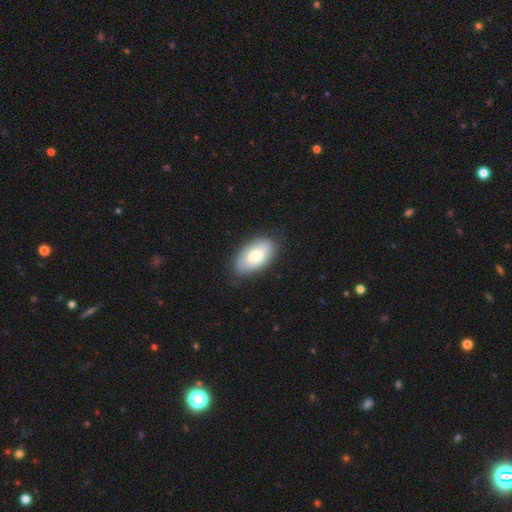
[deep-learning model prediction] A smooth galaxy with no disk features (77%) that is in between round and cigar-shaped (94%).

Vote fractions:
- Smooth or featured? smooth: 77% / featured or disk: 17% / star or artifact: 6%
- How rounded? in between: 94% / round: 4% / cigar-shaped: 2%
- Merging? none: 80% / minor disturbance: 16% / major disturbance: 3% / merger: 1%